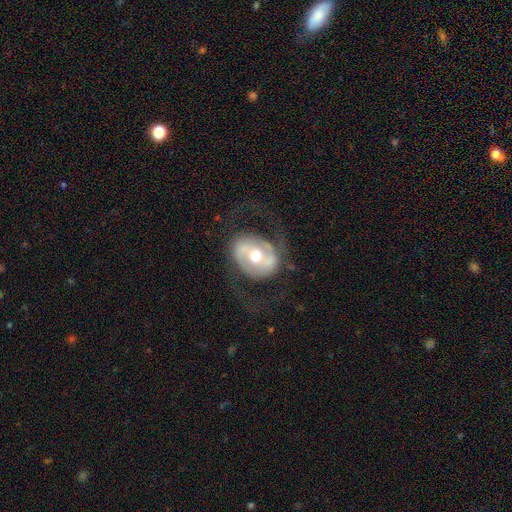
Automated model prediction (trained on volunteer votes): Smooth or featured?
  - featured or disk: 74% *
  - smooth: 21%
  - star or artifact: 6%
Edge-on disk?
  - no: 96% *
  - yes: 4%
Bar?
  - no: 39% *
  - weak: 32%
  - strong: 29%
Spiral arms?
  - yes: 70% *
  - no: 30%
Bulge size?
  - moderate: 75% *
  - large: 12%
  - small: 10%
  - dominant: 2%
  - none: 1%
Merging?
  - none: 65% *
  - major disturbance: 19%
  - minor disturbance: 15%
  - merger: 1%